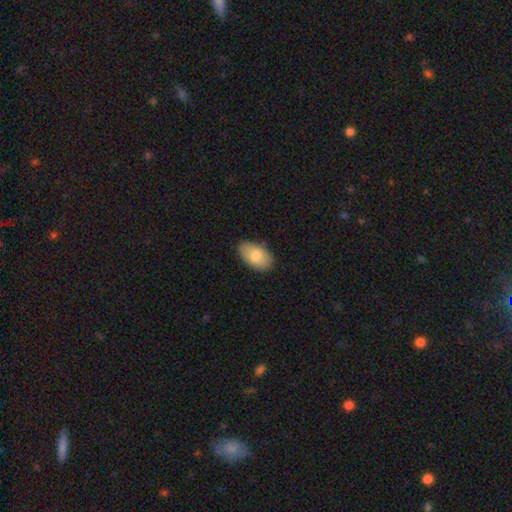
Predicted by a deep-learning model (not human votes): Overall: smooth (79%). How rounded: in between (94%). Merging: none (83%).